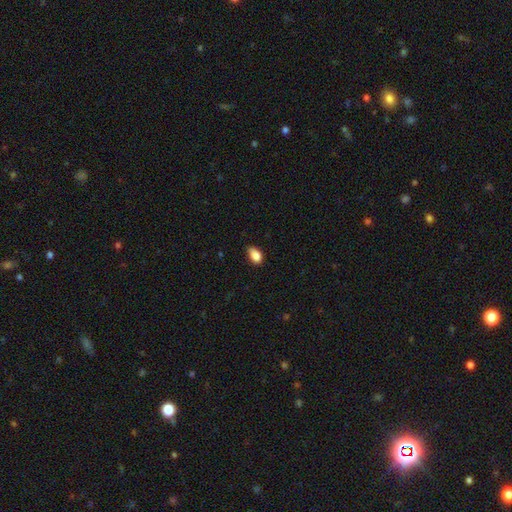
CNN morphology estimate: A smooth galaxy with no disk features (86%) that is in between round and cigar-shaped (89%).

Vote fractions:
- Smooth or featured? smooth: 86% / star or artifact: 8% / featured or disk: 6%
- How rounded? in between: 89% / round: 9% / cigar-shaped: 2%
- Merging? none: 66% / minor disturbance: 29% / major disturbance: 4% / merger: 1%